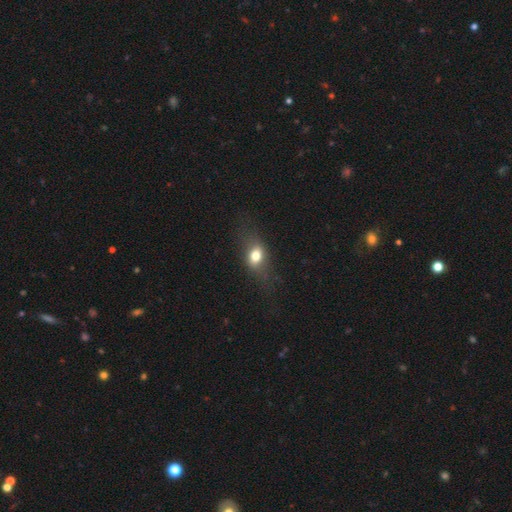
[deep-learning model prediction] This appears to be a smooth galaxy with no disk features (68%) that is in between round and cigar-shaped (68%). Merging: none (66%).